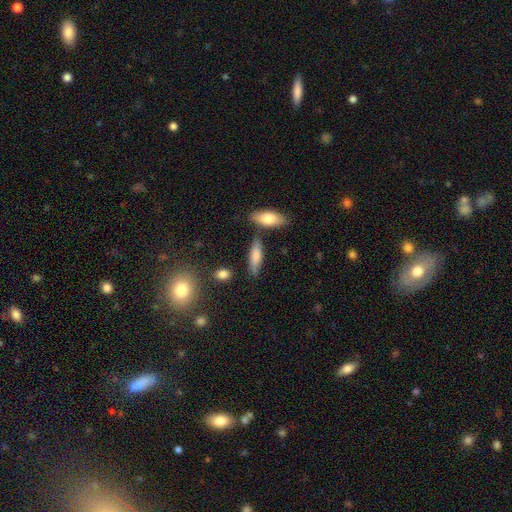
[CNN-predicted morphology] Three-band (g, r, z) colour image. It shows a smooth galaxy with no disk features (79%) that is in between round and cigar-shaped (51%). Merging: none (74%).